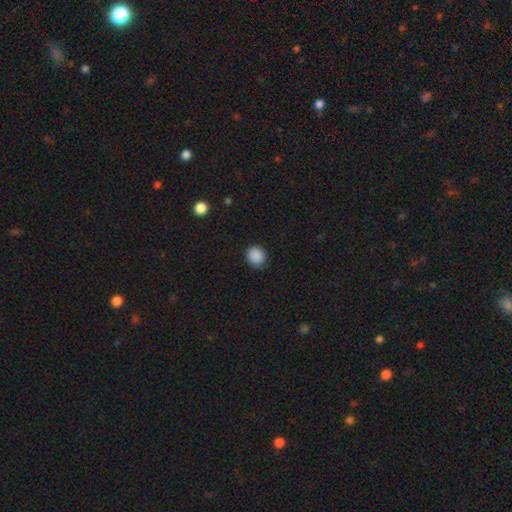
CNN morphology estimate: smooth 89%, star or artifact 9%, featured or disk 2%. Down the decision tree: how rounded — round (87%); merging — none (90%).